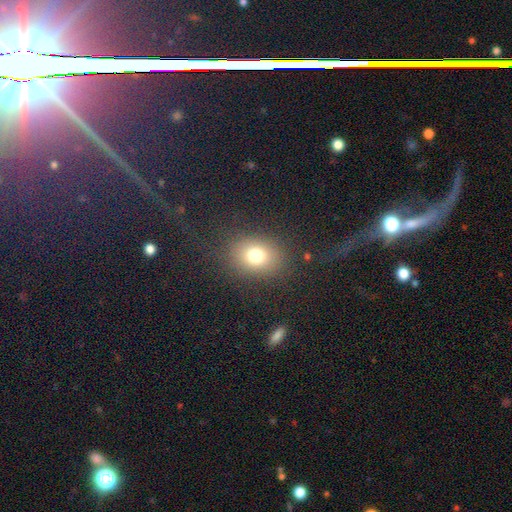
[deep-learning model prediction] Overall: smooth (75%). How rounded: round (53%; in between 46%). Merging: none (83%).